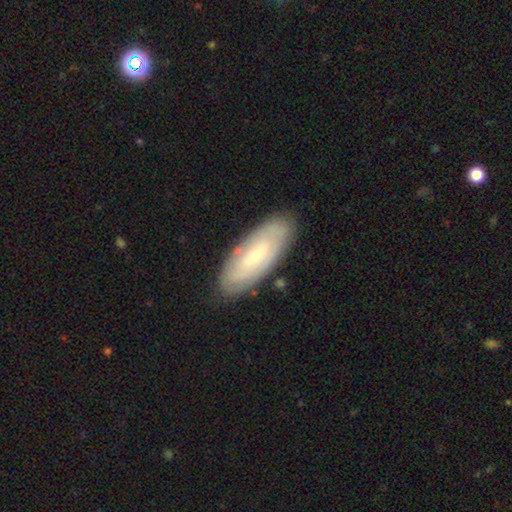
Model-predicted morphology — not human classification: type=featured or disk (52%); edge-on=no (84%); merging=none (84%).